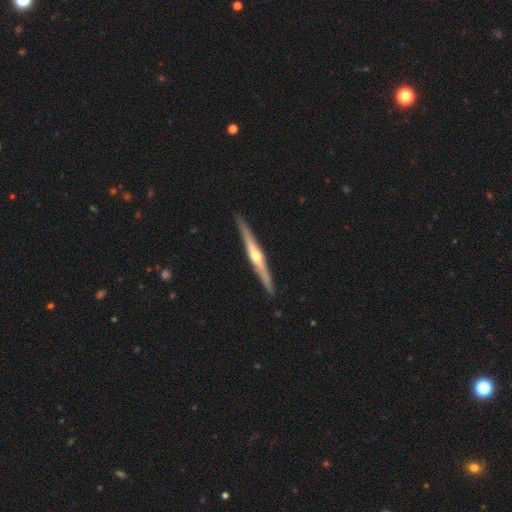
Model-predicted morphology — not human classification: smooth_or_featured: featured or disk (p=0.78) [alt: smooth p=0.17]
disk_edge_on: yes (p=0.98) [alt: no p=0.02]
edge_on_bulge: rounded (p=0.90) [alt: none p=0.07]
merging: none (p=0.91) [alt: minor disturbance p=0.06]